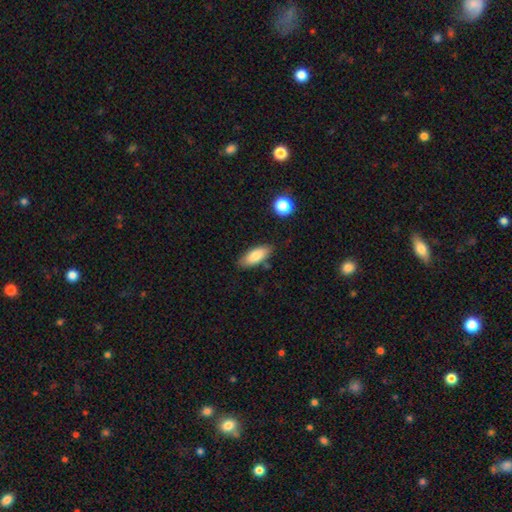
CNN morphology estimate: Q: Smooth or featured?
A: smooth (82%); runner-up: featured or disk (11%)
Q: How rounded?
A: in between (79%); runner-up: cigar-shaped (19%)
Q: Merging?
A: none (81%); runner-up: minor disturbance (13%)